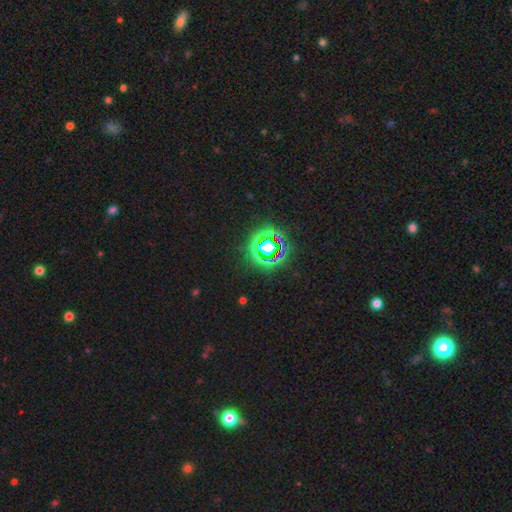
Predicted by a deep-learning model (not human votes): A star or artifact, not a galaxy (80%).